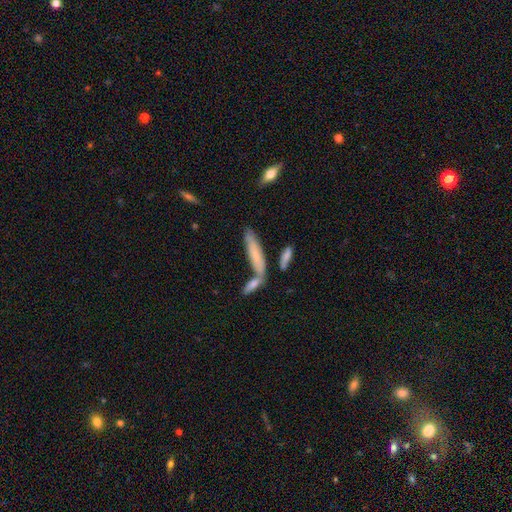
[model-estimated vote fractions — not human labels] smooth 65%, featured or disk 27%, star or artifact 8%. Down the decision tree: how rounded — cigar-shaped (79%); merging — none (55%).